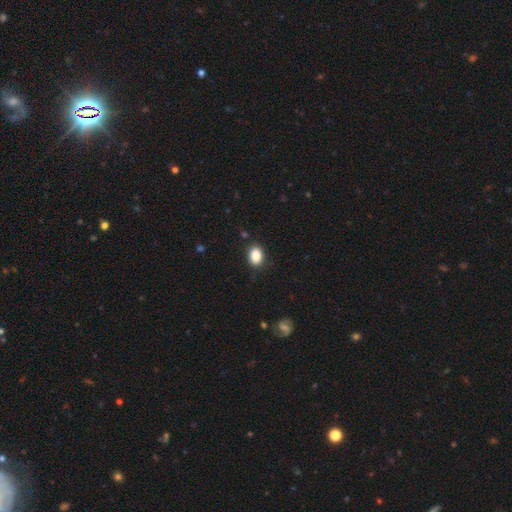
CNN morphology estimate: Smooth or featured: smooth — 88% (star or artifact — 8%)
How rounded: in between — 80% (round — 18%)
Merging: none — 86% (minor disturbance — 10%)